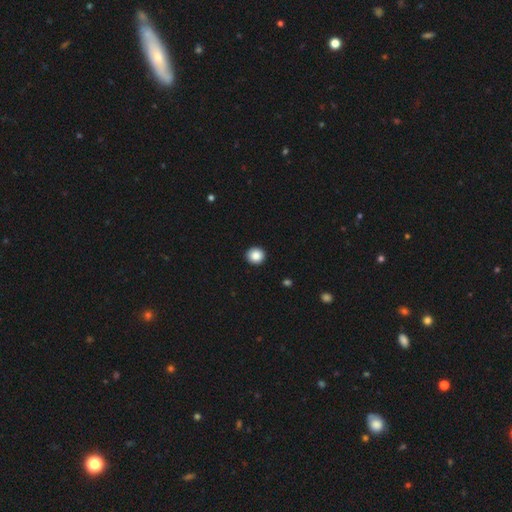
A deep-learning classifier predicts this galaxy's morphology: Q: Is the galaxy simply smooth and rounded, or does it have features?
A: smooth — 88%.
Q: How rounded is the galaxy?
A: round — 92%.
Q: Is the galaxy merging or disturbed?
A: none — 93%.